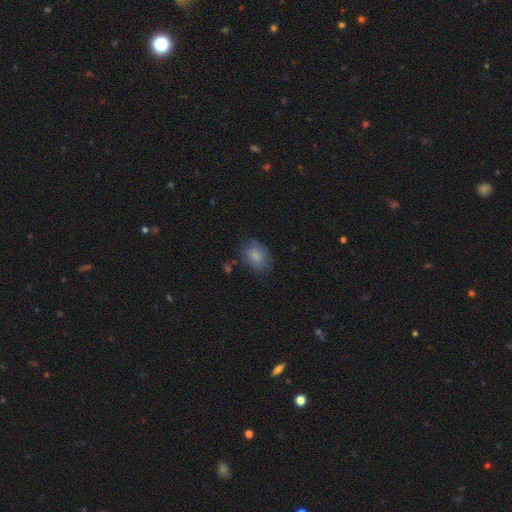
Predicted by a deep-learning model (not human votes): Overall: smooth (82%). How rounded: in between (83%). Merging: none (69%).